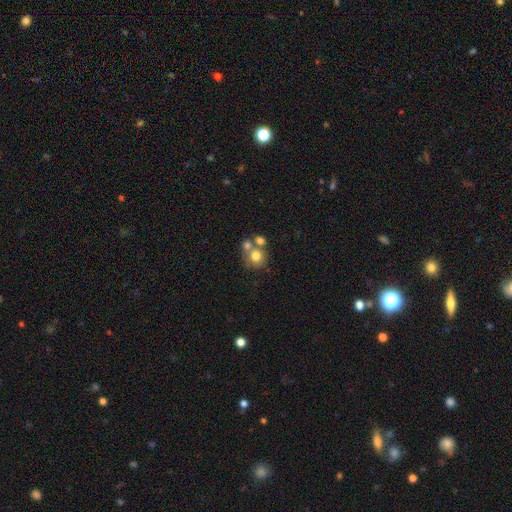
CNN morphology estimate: Q: Smooth or featured?
A: smooth (72%); runner-up: featured or disk (16%)
Q: How rounded?
A: round (85%); runner-up: in between (14%)
Q: Merging?
A: none (44%); runner-up: merger (43%)